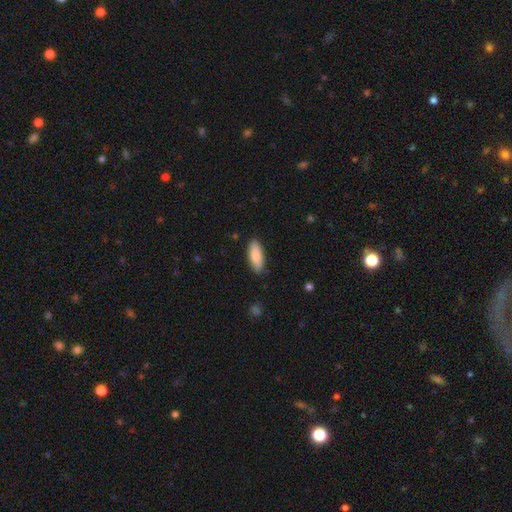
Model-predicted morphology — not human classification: The model was most divided on "how rounded": in between: 74%, cigar-shaped: 24%, round: 2%. More confident: merging — none (87%); smooth or featured — smooth (87%).